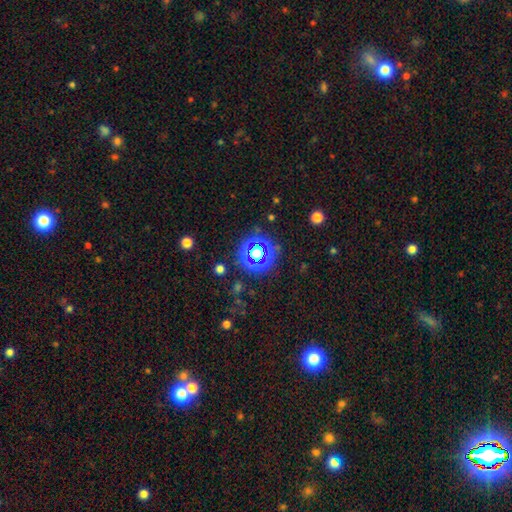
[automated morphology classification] This appears to be a star or artifact, not a galaxy (70%).